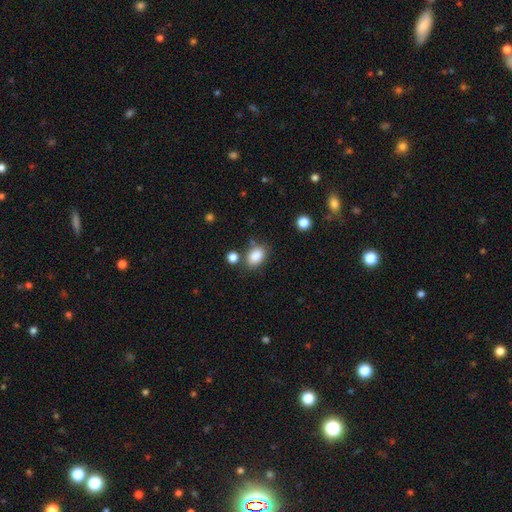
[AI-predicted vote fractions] This appears to be a smooth galaxy with no disk features (86%) that is in between round and cigar-shaped (84%). Merging: none (74%).